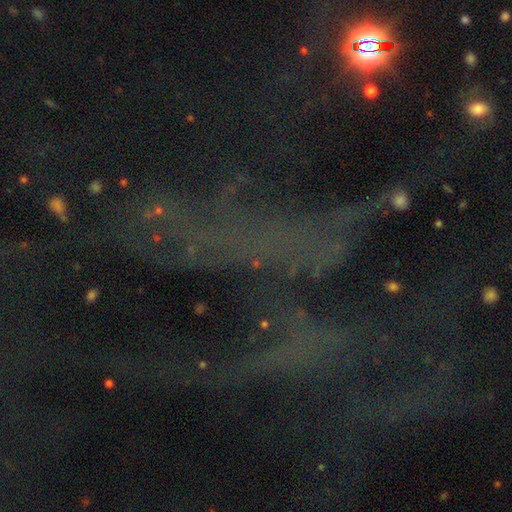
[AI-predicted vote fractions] Smooth or featured?
  - star or artifact: 71% *
  - featured or disk: 16%
  - smooth: 13%